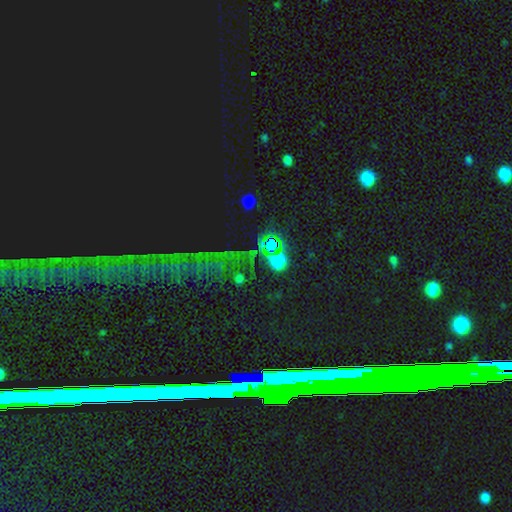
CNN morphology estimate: Smooth or featured?
  - star or artifact: 71% *
  - smooth: 21%
  - featured or disk: 8%